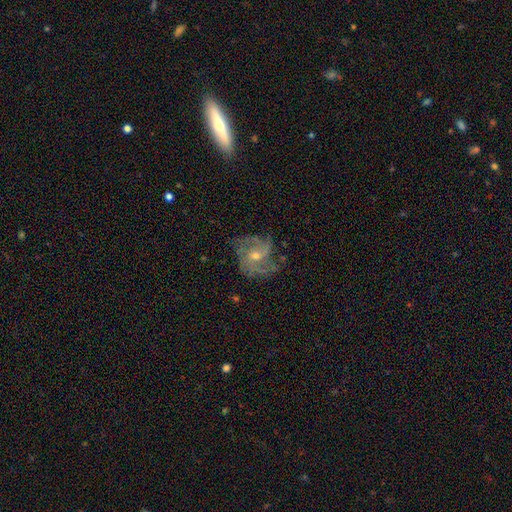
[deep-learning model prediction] Morphology: type=featured or disk (83%); edge-on=no (97%); bar=no (59%); spiral arms=yes (95%); winding=medium (49%); arm count=3 (40%); bulge=small (50%); merging=none (69%).